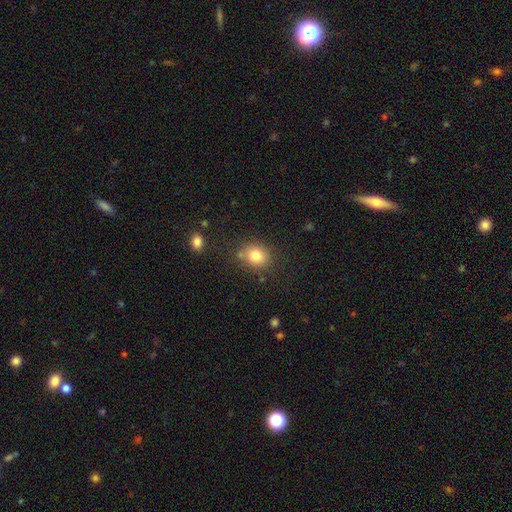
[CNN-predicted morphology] Smooth or featured? Predicted: smooth (p=0.81). How rounded? Predicted: round (p=0.62). Merging? Predicted: none (p=0.75).